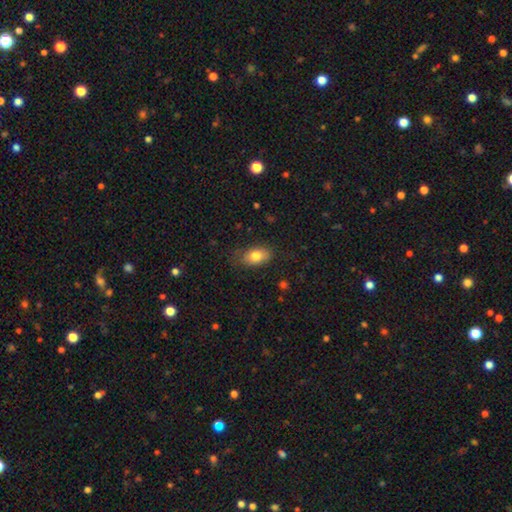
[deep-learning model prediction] Smooth or featured?
  - smooth: 80% *
  - featured or disk: 12%
  - star or artifact: 8%
How rounded?
  - in between: 88% *
  - round: 9%
  - cigar-shaped: 3%
Merging?
  - none: 74% *
  - minor disturbance: 20%
  - major disturbance: 5%
  - merger: 1%